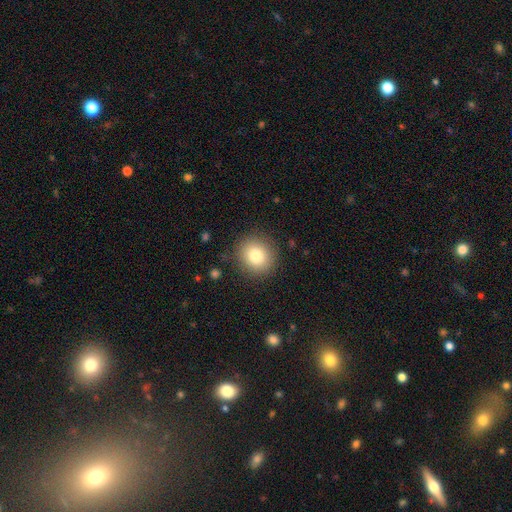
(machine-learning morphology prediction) type=smooth (81%); roundness=round (87%); merging=none (88%).